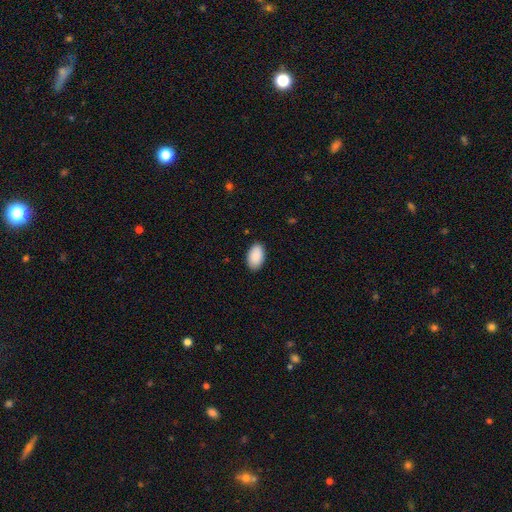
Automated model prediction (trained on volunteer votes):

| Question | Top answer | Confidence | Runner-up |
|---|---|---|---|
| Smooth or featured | smooth | 92% | star or artifact (6%) |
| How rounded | in between | 95% | round (4%) |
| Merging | none | 88% | minor disturbance (10%) |